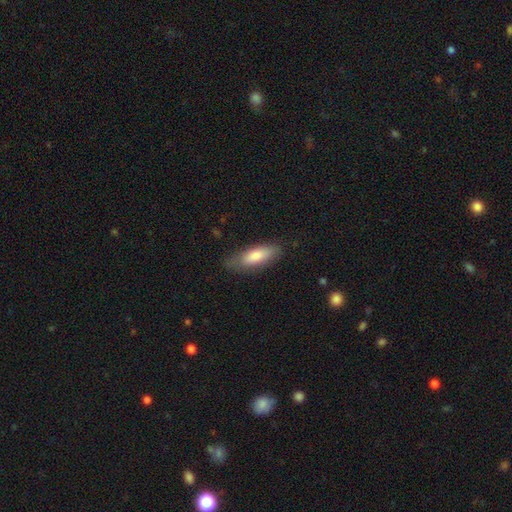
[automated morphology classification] type=smooth (74%); roundness=in between (58%); merging=none (77%).